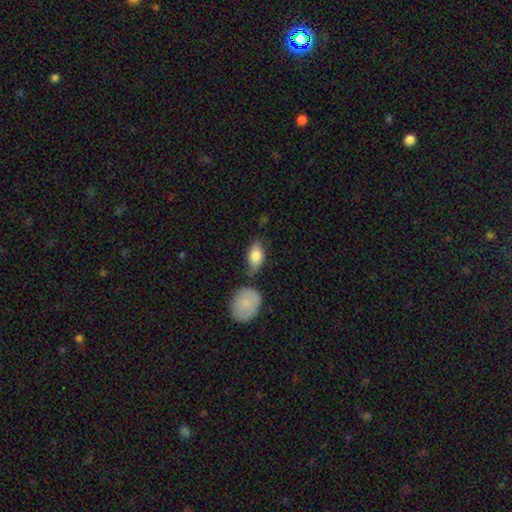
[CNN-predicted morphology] Q: Smooth or featured?
A: smooth (81%); runner-up: featured or disk (13%)
Q: How rounded?
A: in between (89%); runner-up: round (6%)
Q: Merging?
A: none (57%); runner-up: minor disturbance (22%)